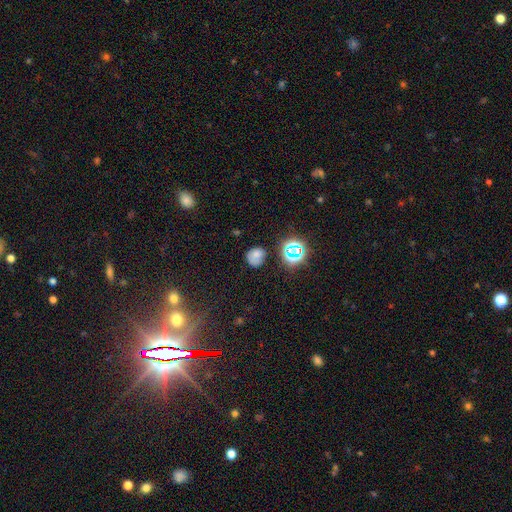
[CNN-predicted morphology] The model was most divided on "how rounded": round: 72%, in between: 27%, cigar-shaped: 1%. More confident: merging — none (68%); smooth or featured — smooth (68%).